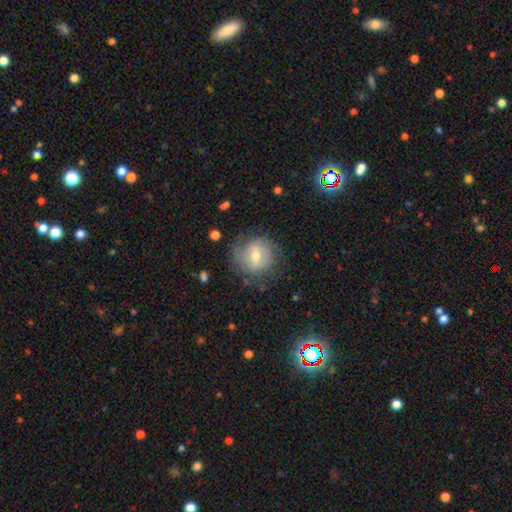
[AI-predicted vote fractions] A featured or disk galaxy (49%).

Vote fractions:
- Smooth or featured? featured or disk: 49% / smooth: 43% / star or artifact: 7%
- Merging? none: 67% / minor disturbance: 21% / major disturbance: 11% / merger: 2%